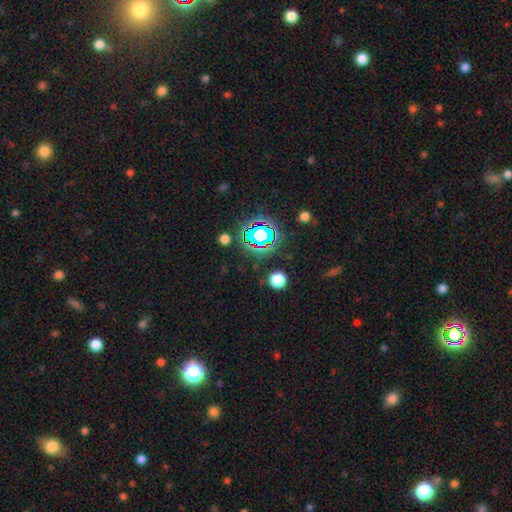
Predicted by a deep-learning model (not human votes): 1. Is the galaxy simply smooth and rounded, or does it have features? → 77% star or artifact, 15% smooth, 8% featured or disk.